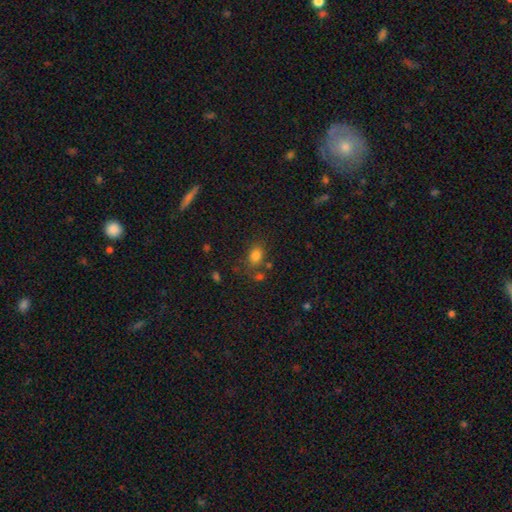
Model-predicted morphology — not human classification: A smooth galaxy with no disk features (80%) that is in between round and cigar-shaped (69%). Merging: none (68%).